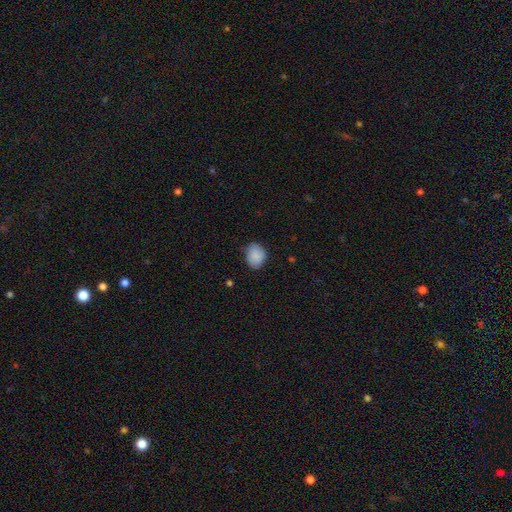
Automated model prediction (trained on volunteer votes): Smooth or featured? smooth (88%)
How rounded? in between (50%)
Merging? none (79%)